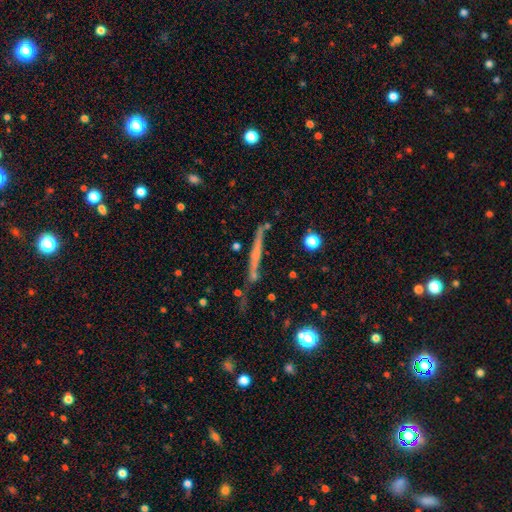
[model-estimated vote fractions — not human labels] This appears to be a featured or disk galaxy (53%) viewed edge-on (93%). Merging: none (73%).